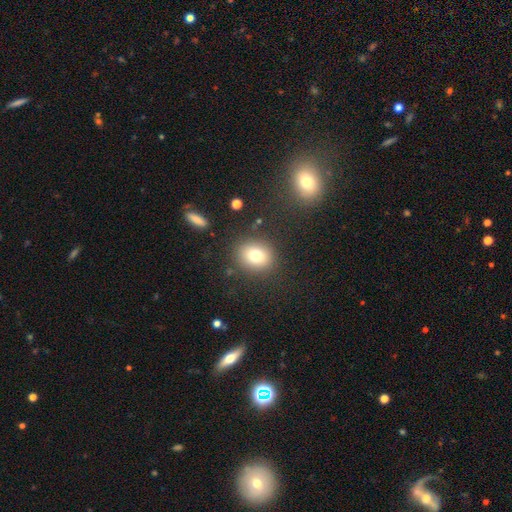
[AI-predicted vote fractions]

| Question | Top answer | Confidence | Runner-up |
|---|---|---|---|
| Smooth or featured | smooth | 77% | star or artifact (12%) |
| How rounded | round | 70% | in between (29%) |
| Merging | none | 84% | minor disturbance (9%) |